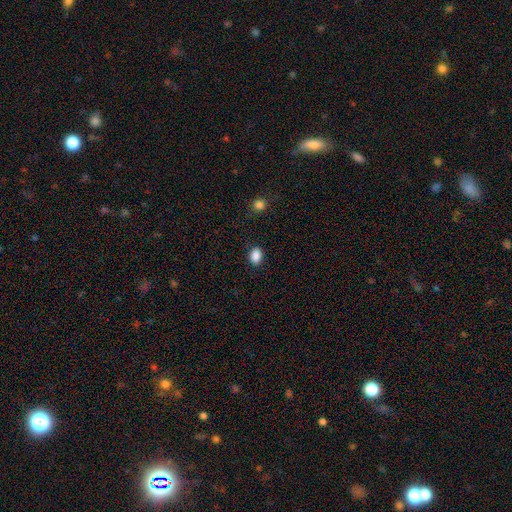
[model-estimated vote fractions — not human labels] This appears to be a smooth galaxy with no disk features (88%) that is in between round and cigar-shaped (70%). Merging: none (87%).